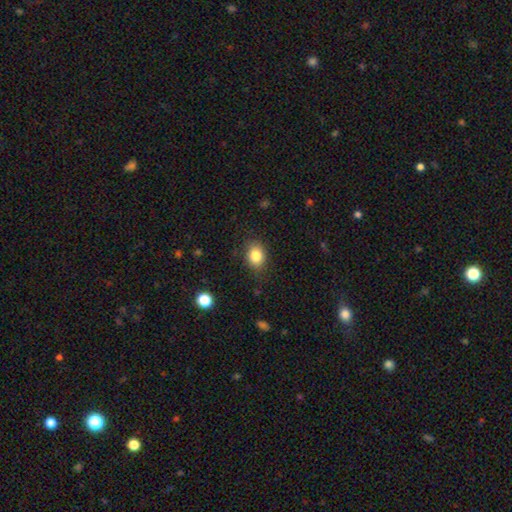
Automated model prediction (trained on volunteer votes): A smooth galaxy with no disk features (83%) that is in between round and cigar-shaped (63%). Merging: none (81%).